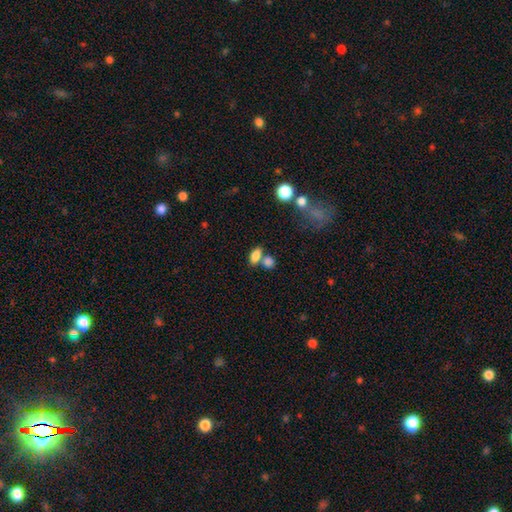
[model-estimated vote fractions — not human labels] A smooth galaxy with no disk features (82%) that is in between round and cigar-shaped (84%).

Vote fractions:
- Smooth or featured? smooth: 82% / featured or disk: 9% / star or artifact: 9%
- How rounded? in between: 84% / round: 10% / cigar-shaped: 7%
- Merging? none: 47% / merger: 38% / minor disturbance: 10% / major disturbance: 5%